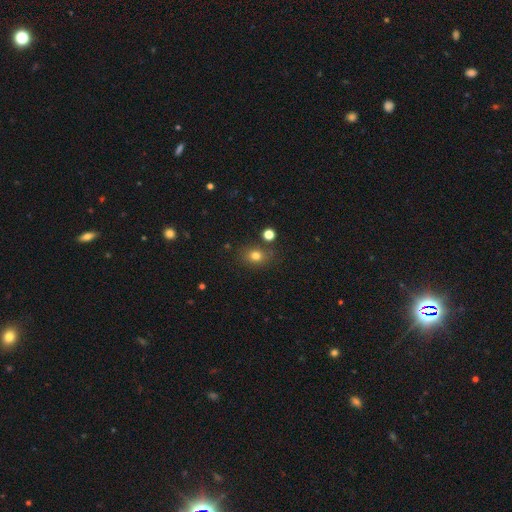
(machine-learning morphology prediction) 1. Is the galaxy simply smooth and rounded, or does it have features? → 78% smooth, 15% star or artifact, 8% featured or disk.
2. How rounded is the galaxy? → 56% round, 43% in between, 1% cigar-shaped.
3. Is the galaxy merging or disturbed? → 76% none, 13% minor disturbance, 7% merger, 4% major disturbance.